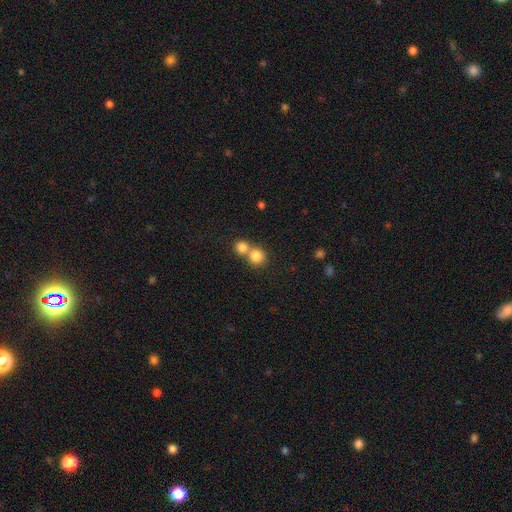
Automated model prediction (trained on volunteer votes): Q: Smooth or featured?
A: smooth (82%); runner-up: star or artifact (11%)
Q: How rounded?
A: round (88%); runner-up: in between (11%)
Q: Merging?
A: merger (49%); runner-up: none (44%)